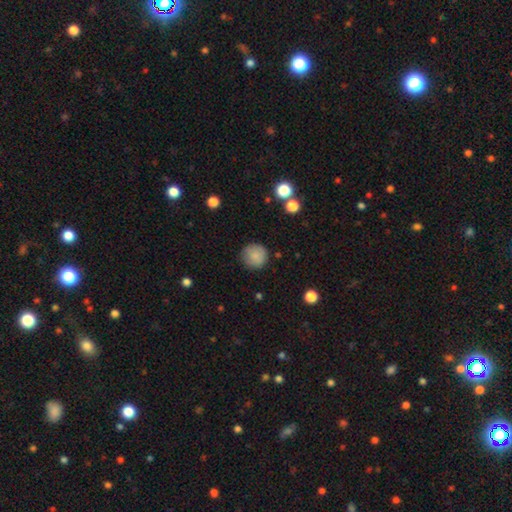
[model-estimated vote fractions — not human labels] This is clearly a smooth galaxy (85%). How rounded: clearly round (94%). Merging: clearly none (82%).